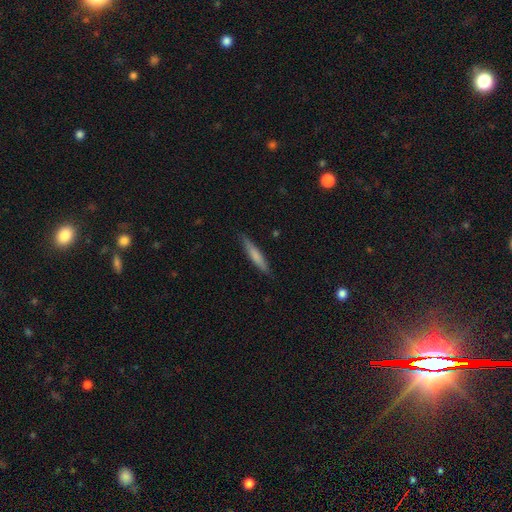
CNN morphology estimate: Overall: smooth (66%; featured or disk 28%). How rounded: cigar-shaped (92%). Merging: none (86%).